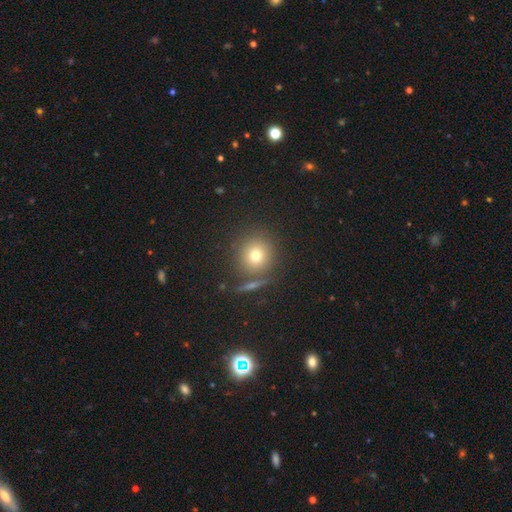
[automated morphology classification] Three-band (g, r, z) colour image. It shows a smooth galaxy with no disk features (72%) that is round (90%). Merging: none (78%).